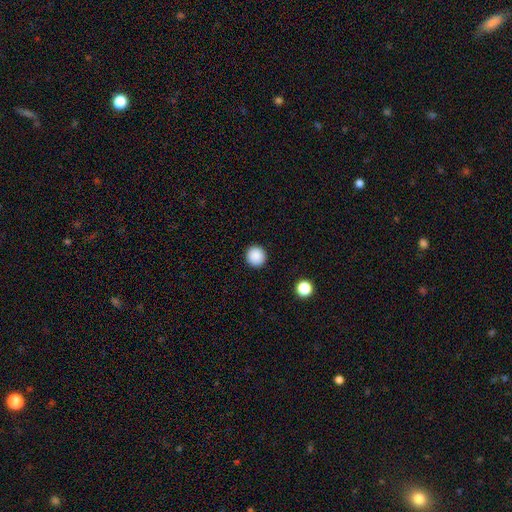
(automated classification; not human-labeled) The model was most divided on "smooth or featured": smooth: 88%, star or artifact: 9%, featured or disk: 3%. More confident: how rounded — round (95%); merging — none (92%).